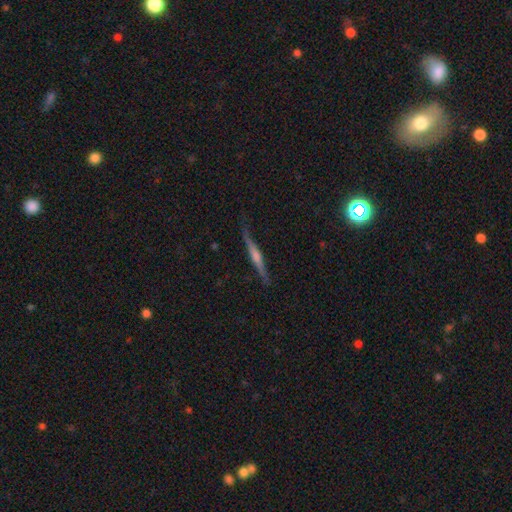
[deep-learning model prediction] The model was most divided on "edge-on bulge": rounded: 74%, none: 14%, boxy: 12%. More confident: edge-on disk — yes (97%); merging — none (89%); smooth or featured — featured or disk (76%).